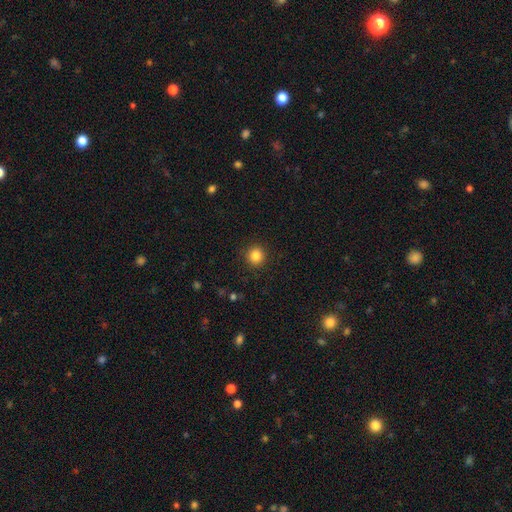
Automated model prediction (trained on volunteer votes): smooth-or-featured: smooth: 84% | star or artifact: 11% | featured or disk: 4%
  how-rounded: round: 93% | in between: 6% | cigar-shaped: 1%
  merging: none: 91% | minor disturbance: 5% | major disturbance: 2% | merger: 1%